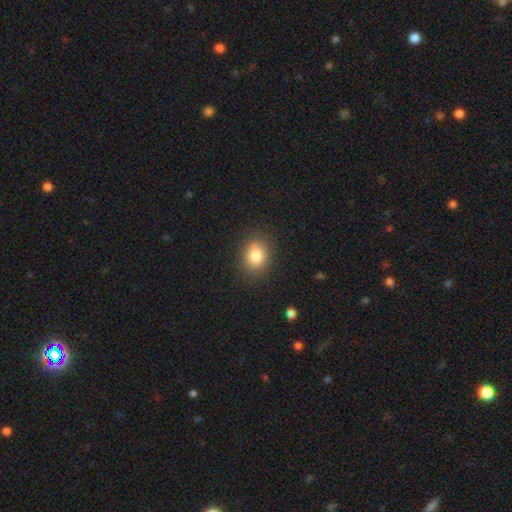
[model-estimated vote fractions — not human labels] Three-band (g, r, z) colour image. It shows a smooth galaxy with no disk features (81%) that is round (58%). Merging: none (78%).